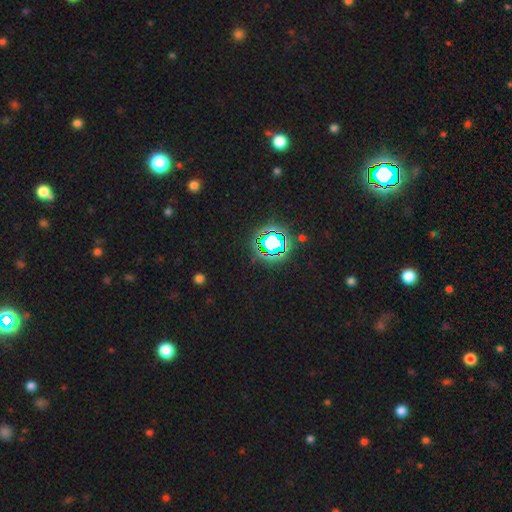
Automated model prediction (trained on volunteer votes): smooth_or_featured: star or artifact (p=0.80) [alt: smooth p=0.13]